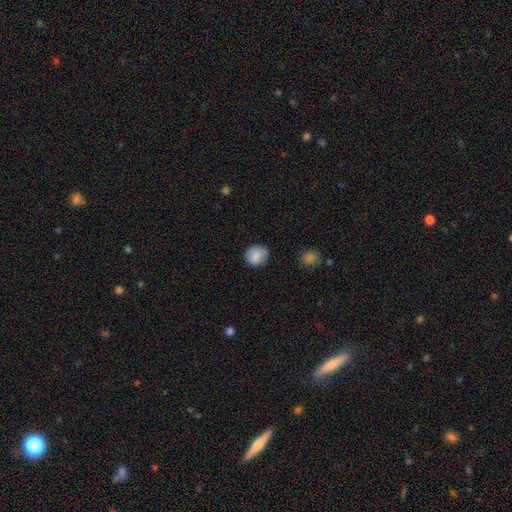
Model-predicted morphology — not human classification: A smooth galaxy with no disk features (85%) that is round (78%).

Vote fractions:
- Smooth or featured? smooth: 85% / star or artifact: 8% / featured or disk: 7%
- How rounded? round: 78% / in between: 21% / cigar-shaped: 1%
- Merging? none: 81% / minor disturbance: 15% / major disturbance: 3% / merger: 1%